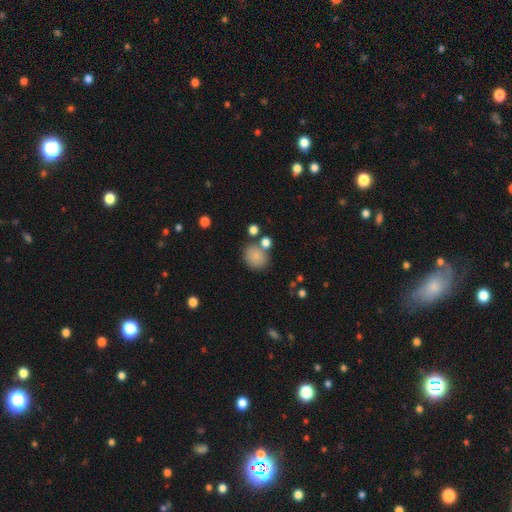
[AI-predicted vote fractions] Smooth or featured? smooth (82%)
How rounded? round (72%)
Merging? none (69%)